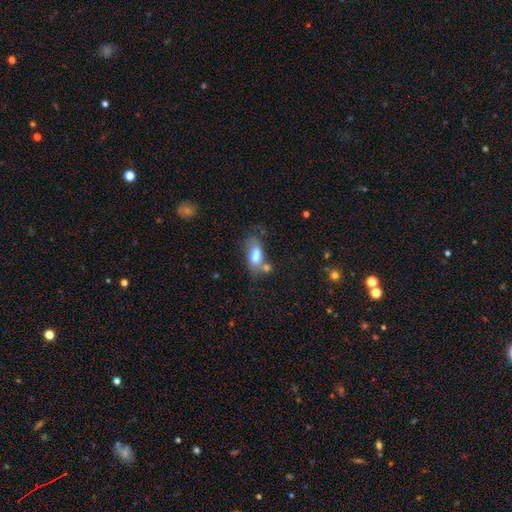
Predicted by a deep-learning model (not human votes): The model was most divided on "merging": none: 37%, merger: 26%, minor disturbance: 23%, major disturbance: 14%. More confident: how rounded — in between (87%); smooth or featured — smooth (74%).